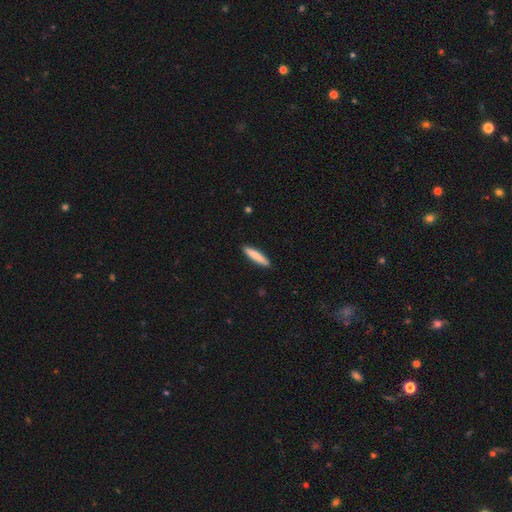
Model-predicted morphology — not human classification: A smooth galaxy with no disk features (81%) that is cigar-shaped (89%).

Vote fractions:
- Smooth or featured? smooth: 81% / featured or disk: 14% / star or artifact: 5%
- How rounded? cigar-shaped: 89% / in between: 10% / round: 1%
- Merging? none: 90% / minor disturbance: 7% / major disturbance: 1% / merger: 1%